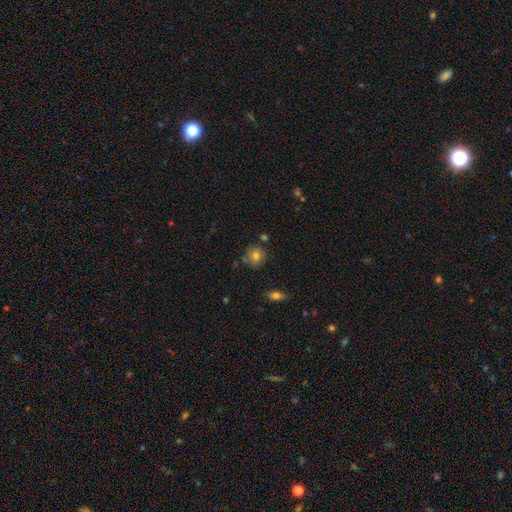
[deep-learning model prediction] smooth 77%, featured or disk 12%, star or artifact 11%. Down the decision tree: how rounded — round (86%); merging — none (77%).